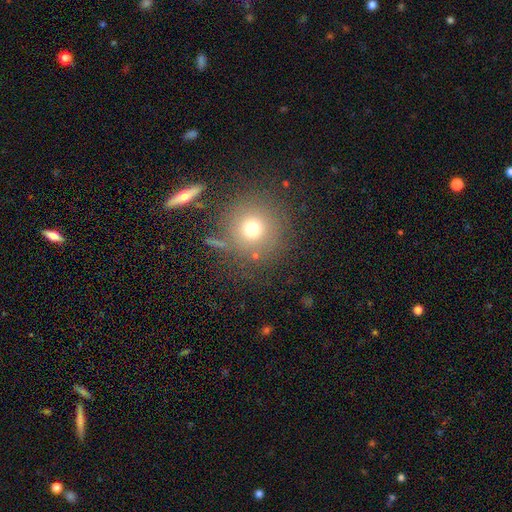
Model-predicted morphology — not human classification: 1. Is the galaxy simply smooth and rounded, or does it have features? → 68% smooth, 19% star or artifact, 13% featured or disk.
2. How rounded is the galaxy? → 93% round, 6% in between, 1% cigar-shaped.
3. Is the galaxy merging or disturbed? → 80% none, 10% minor disturbance, 5% merger, 5% major disturbance.